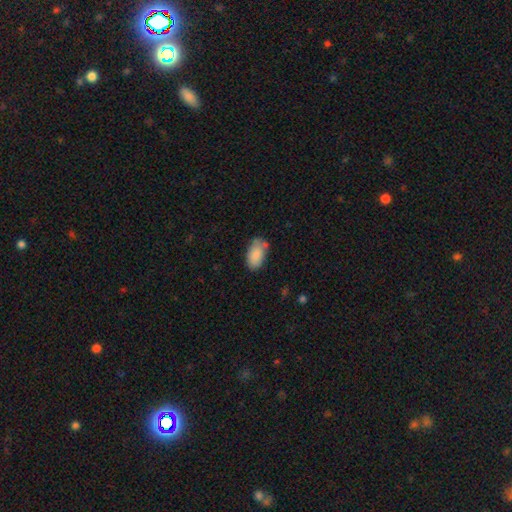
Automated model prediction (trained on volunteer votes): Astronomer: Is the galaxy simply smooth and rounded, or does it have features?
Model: smooth — 86%.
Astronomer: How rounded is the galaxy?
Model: in between — 94%.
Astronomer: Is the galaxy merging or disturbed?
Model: none — 63%.